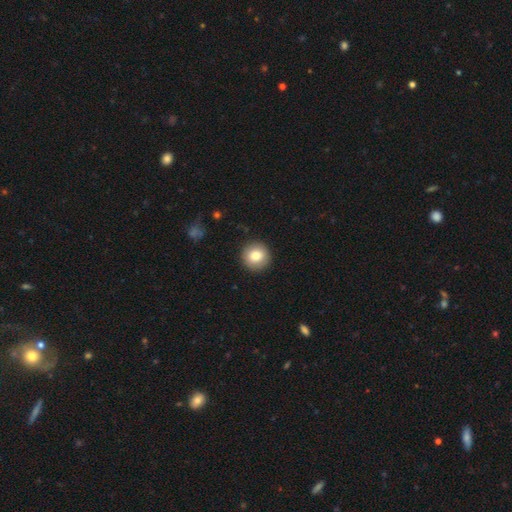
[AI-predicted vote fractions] smooth_or_featured: smooth (p=0.81) [alt: featured or disk p=0.10]
how_rounded: round (p=0.95) [alt: in between p=0.04]
merging: none (p=0.91) [alt: minor disturbance p=0.06]